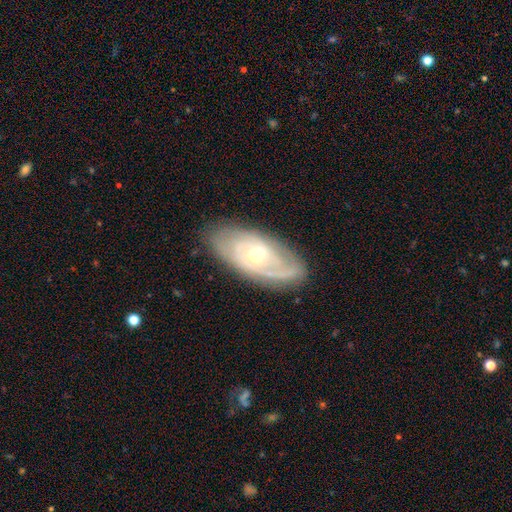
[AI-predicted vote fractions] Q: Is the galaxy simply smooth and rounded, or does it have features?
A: featured or disk — 77%.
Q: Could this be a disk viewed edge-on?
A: no — 90%.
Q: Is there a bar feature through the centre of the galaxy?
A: no — 58%.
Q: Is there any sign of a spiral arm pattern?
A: yes — 82%.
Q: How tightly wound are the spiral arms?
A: tight — 58%.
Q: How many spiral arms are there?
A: can't tell — 41%.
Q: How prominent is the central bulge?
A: moderate — 51%.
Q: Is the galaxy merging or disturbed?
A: none — 79%.